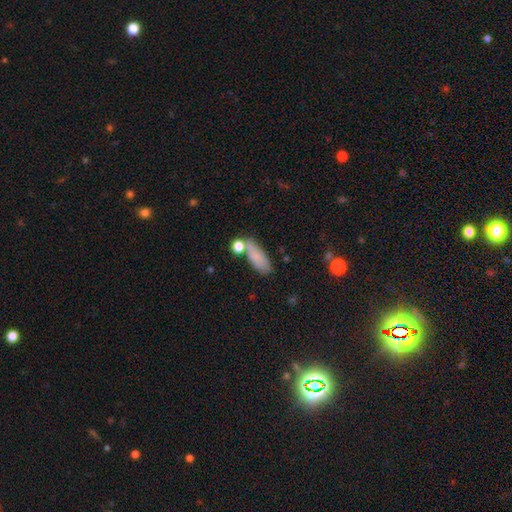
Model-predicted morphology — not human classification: smooth 77%, featured or disk 13%, star or artifact 10%. Down the decision tree: how rounded — in between (69%); merging — none (57%).